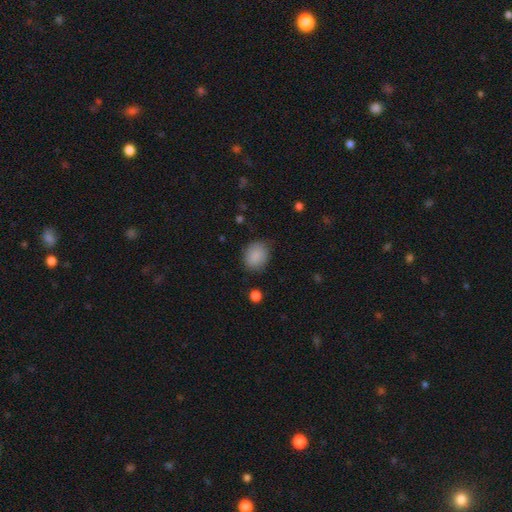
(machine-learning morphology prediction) This is clearly a smooth galaxy (88%). How rounded: possibly round (51%). Merging: clearly none (81%).